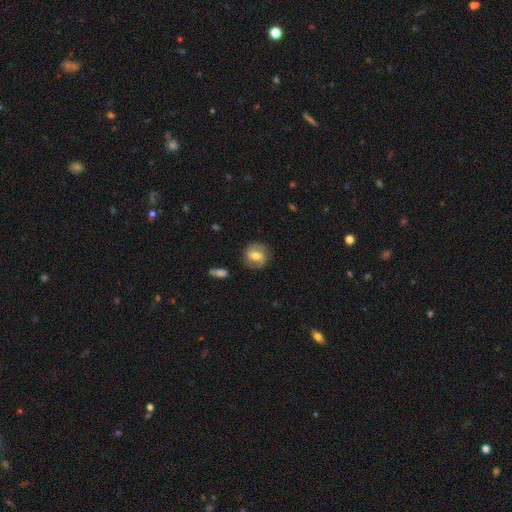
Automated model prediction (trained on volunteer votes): Smooth or featured? Predicted: featured or disk (p=0.62). Edge-on disk? Predicted: no (p=0.96). Bar? Predicted: weak (p=0.46). Spiral arms? Predicted: yes (p=0.83). Bulge size? Predicted: moderate (p=0.71). Merging? Predicted: none (p=0.83).